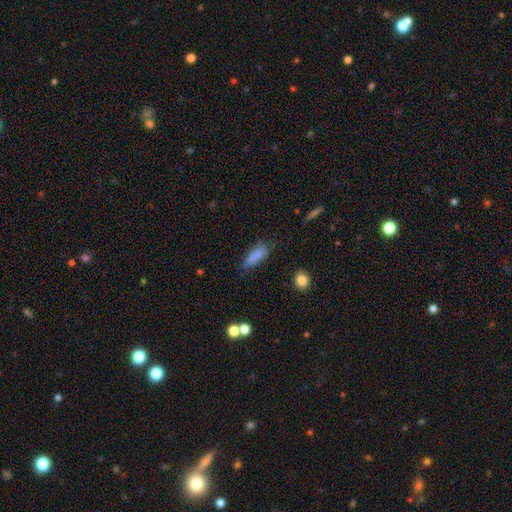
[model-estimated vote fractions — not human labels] Overall: smooth (83%). How rounded: in between (50%; cigar-shaped 48%). Merging: none (67%).